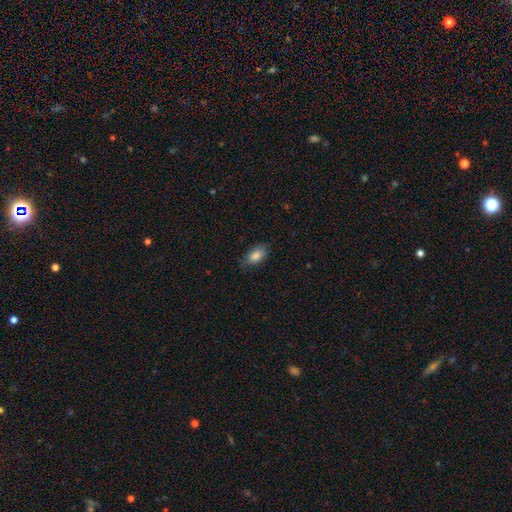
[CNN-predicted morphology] This appears to be a smooth galaxy with no disk features (85%) that is in between round and cigar-shaped (91%). Merging: none (77%).